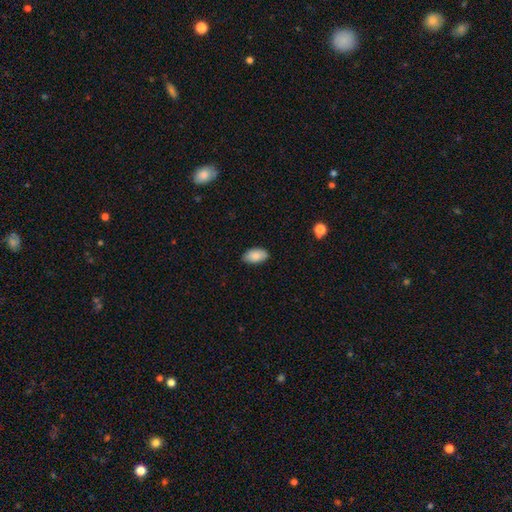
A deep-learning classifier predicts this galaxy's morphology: smooth_or_featured: smooth (p=0.87) [alt: star or artifact p=0.07]
how_rounded: in between (p=0.95) [alt: round p=0.03]
merging: none (p=0.87) [alt: minor disturbance p=0.10]